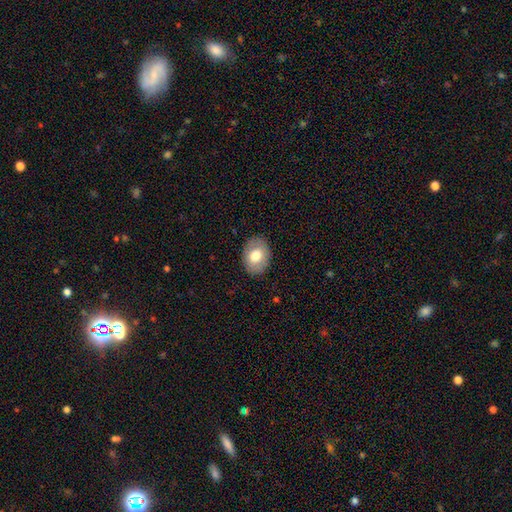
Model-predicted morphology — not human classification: This is likely a smooth galaxy (74%). How rounded: likely in between (76%). Merging: clearly none (86%).